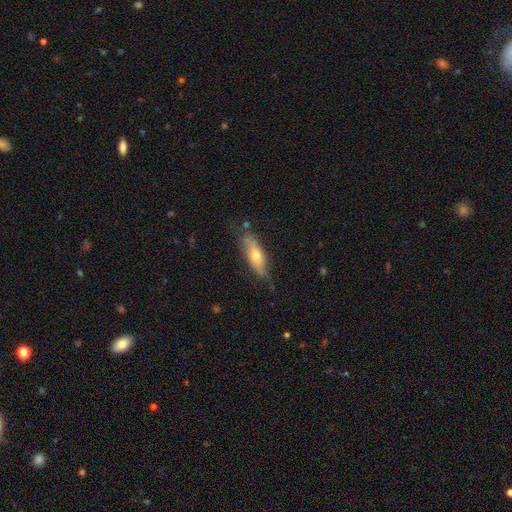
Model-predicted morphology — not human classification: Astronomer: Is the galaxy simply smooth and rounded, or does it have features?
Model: smooth — 51% (runner-up: featured or disk, 42%).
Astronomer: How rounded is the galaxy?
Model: in between — 55% (runner-up: cigar-shaped, 43%).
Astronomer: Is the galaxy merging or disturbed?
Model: none — 66%.